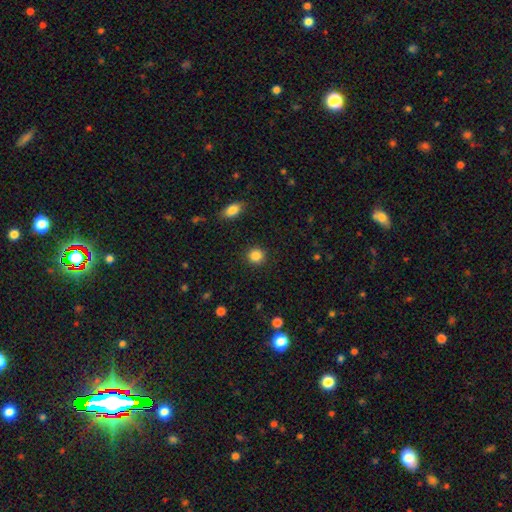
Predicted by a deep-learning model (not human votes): A smooth galaxy with no disk features (86%) that is round (90%). Merging: none (91%).